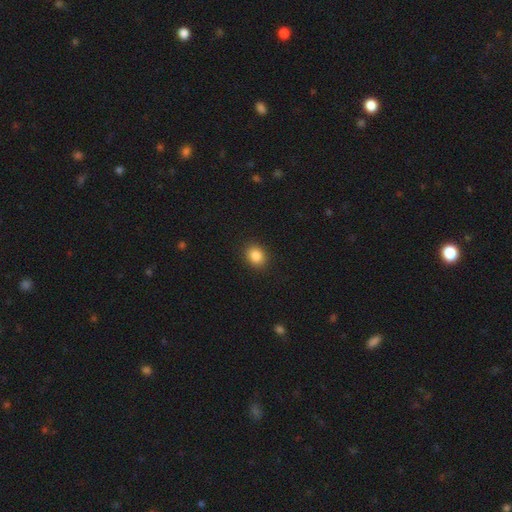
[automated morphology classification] Smooth or featured?
  - smooth: 86% *
  - star or artifact: 9%
  - featured or disk: 5%
How rounded?
  - in between: 50% * (tied)
  - round: 50% * (tied)
  - cigar-shaped: 1%
Merging?
  - none: 90% *
  - minor disturbance: 7%
  - major disturbance: 2%
  - merger: 1%